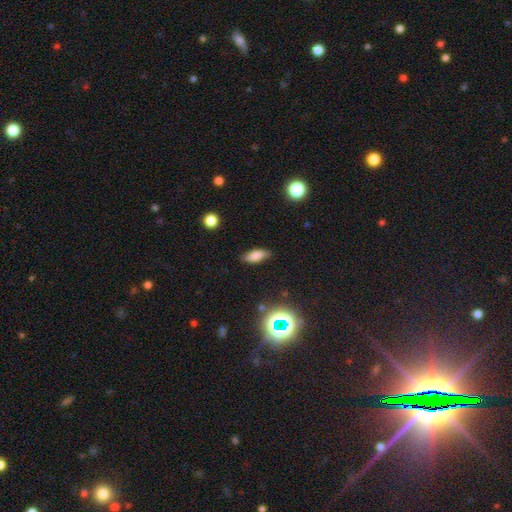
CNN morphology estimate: smooth 75%, featured or disk 13%, star or artifact 12%. Down the decision tree: how rounded — in between (74%); merging — none (83%).